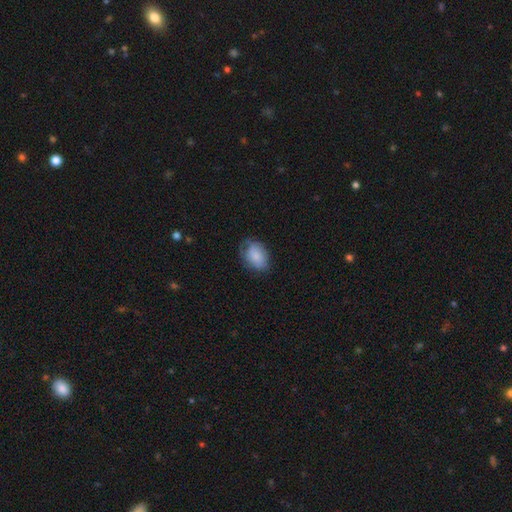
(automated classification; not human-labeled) Morphology: type=smooth (80%); roundness=in between (79%); merging=none (59%).